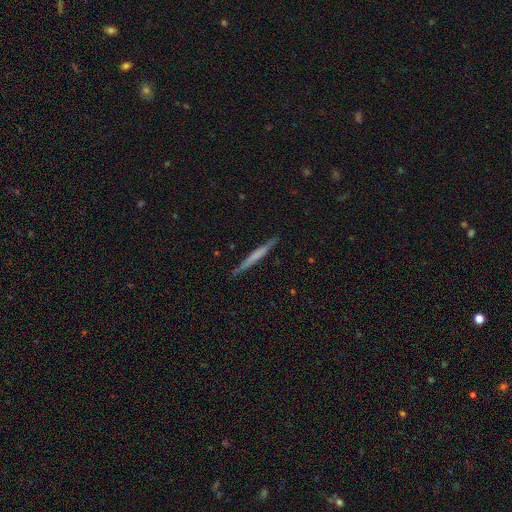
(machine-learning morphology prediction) A smooth galaxy with no disk features (49%).

Vote fractions:
- Smooth or featured? smooth: 49% / featured or disk: 45% / star or artifact: 5%
- Merging? none: 90% / minor disturbance: 7% / major disturbance: 1% / merger: 1%